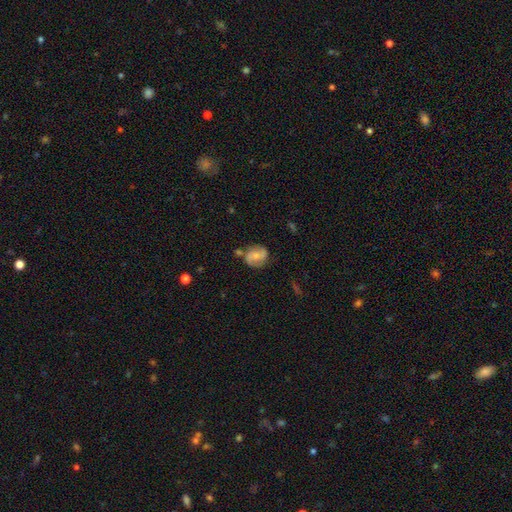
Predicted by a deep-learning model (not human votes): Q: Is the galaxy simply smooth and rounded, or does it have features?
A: featured or disk — 61%.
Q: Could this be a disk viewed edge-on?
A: no — 97%.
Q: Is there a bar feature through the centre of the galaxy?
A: no — 60%.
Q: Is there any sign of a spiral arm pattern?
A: yes — 89%.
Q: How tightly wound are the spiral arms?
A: medium — 46%.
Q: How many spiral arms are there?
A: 2 — 85%.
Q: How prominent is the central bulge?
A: small — 50%.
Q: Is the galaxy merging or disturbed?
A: none — 68%.